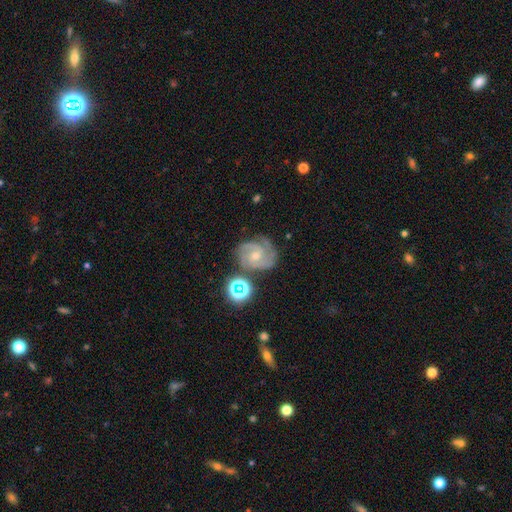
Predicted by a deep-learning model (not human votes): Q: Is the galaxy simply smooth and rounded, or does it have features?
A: featured or disk — 84%.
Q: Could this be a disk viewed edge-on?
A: no — 98%.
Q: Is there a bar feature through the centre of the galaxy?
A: no — 64%.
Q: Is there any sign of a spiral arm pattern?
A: yes — 98%.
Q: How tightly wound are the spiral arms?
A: tight — 55%.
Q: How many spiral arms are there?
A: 3 — 50%.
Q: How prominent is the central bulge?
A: small — 60%.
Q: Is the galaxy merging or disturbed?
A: none — 67%.